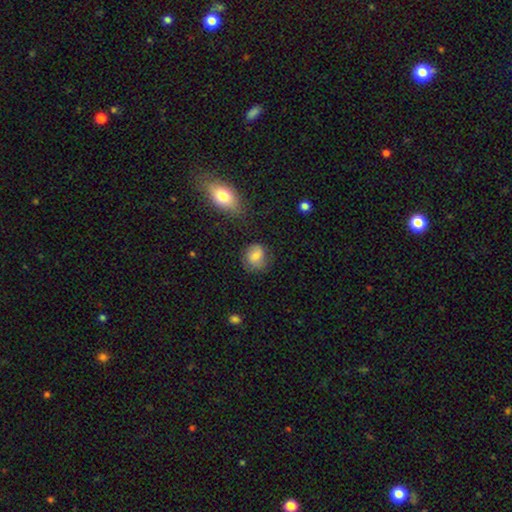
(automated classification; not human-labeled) Smooth or featured?
  - smooth: 69% *
  - featured or disk: 21%
  - star or artifact: 10%
How rounded?
  - round: 67% *
  - in between: 32%
  - cigar-shaped: 1%
Merging?
  - none: 62% *
  - minor disturbance: 25%
  - major disturbance: 11%
  - merger: 3%